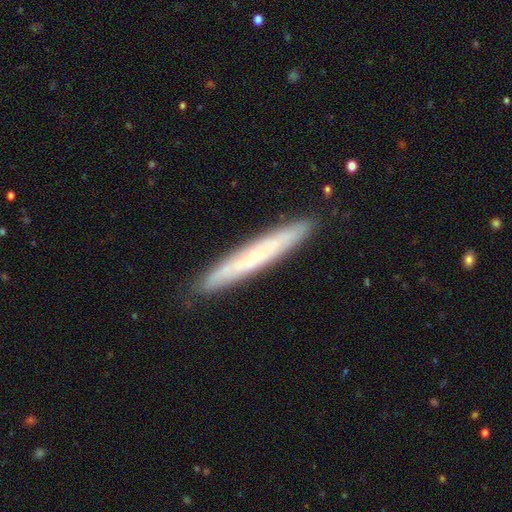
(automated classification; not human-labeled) Smooth or featured? Predicted: featured or disk (p=0.55). Edge-on disk? Predicted: yes (p=0.81). Merging? Predicted: none (p=0.89).